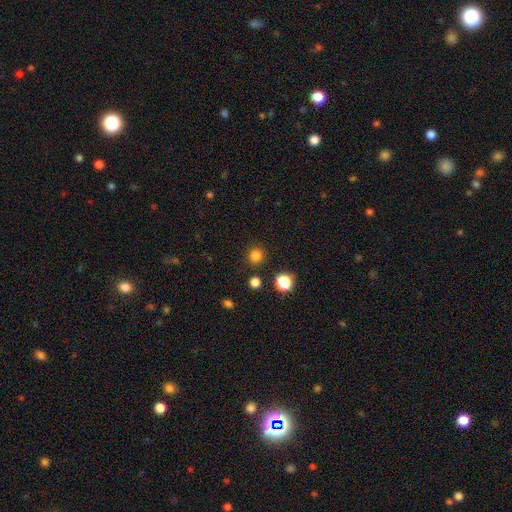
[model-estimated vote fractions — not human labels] Smooth or featured: smooth — 80% (star or artifact — 16%)
How rounded: round — 94% (in between — 5%)
Merging: none — 88% (minor disturbance — 6%)